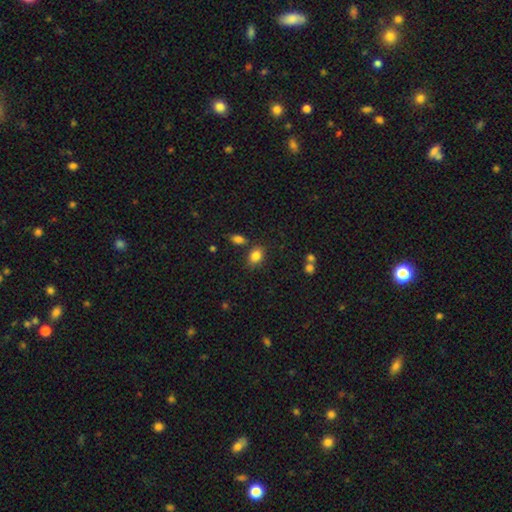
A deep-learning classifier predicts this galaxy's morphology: smooth_or_featured: smooth (p=0.84) [alt: star or artifact p=0.10]
how_rounded: in between (p=0.76) [alt: round p=0.22]
merging: none (p=0.72) [alt: minor disturbance p=0.15]